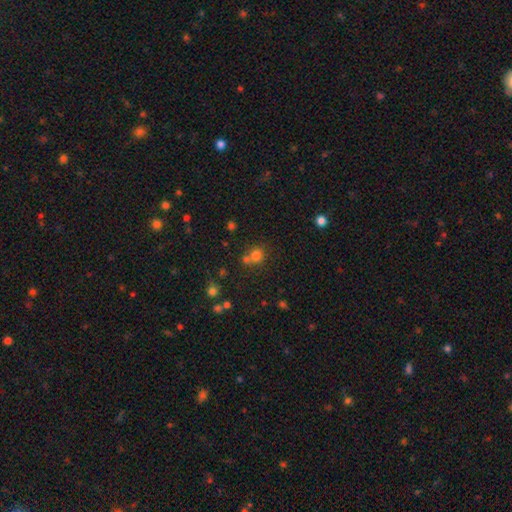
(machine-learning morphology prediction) Smooth or featured? Predicted: smooth (p=0.75). How rounded? Predicted: round (p=0.85). Merging? Predicted: none (p=0.57).